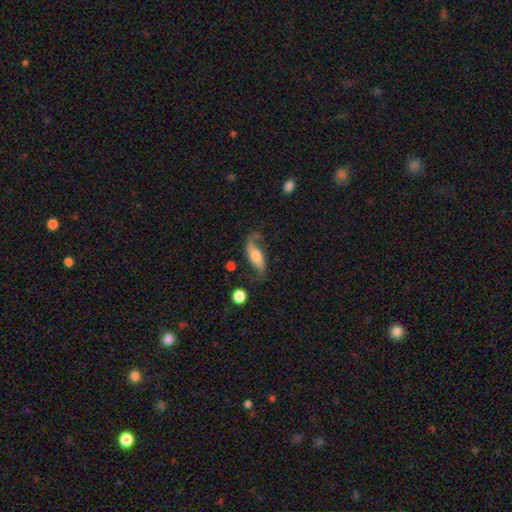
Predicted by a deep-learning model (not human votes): A featured or disk galaxy (64%) with no bar (55%), spiral arms (90%) and a moderate central bulge (44%). Merging: none (60%).